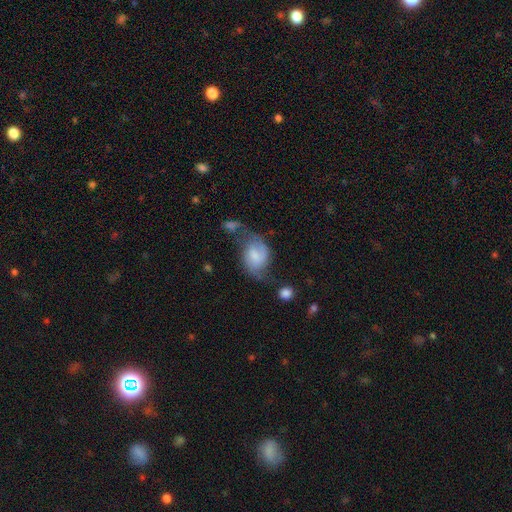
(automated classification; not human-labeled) The model was most divided on "smooth or featured": featured or disk: 50%, smooth: 42%, star or artifact: 8%. Remaining: merging — none (36%).